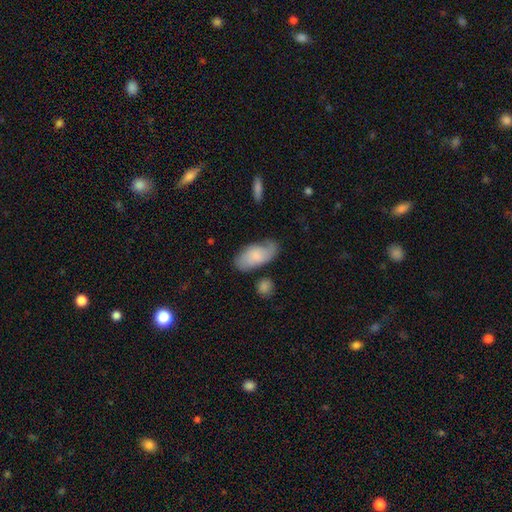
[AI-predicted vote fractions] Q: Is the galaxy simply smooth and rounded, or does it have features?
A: smooth — 61%.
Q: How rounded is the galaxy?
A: in between — 93%.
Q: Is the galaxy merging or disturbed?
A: none — 63%.